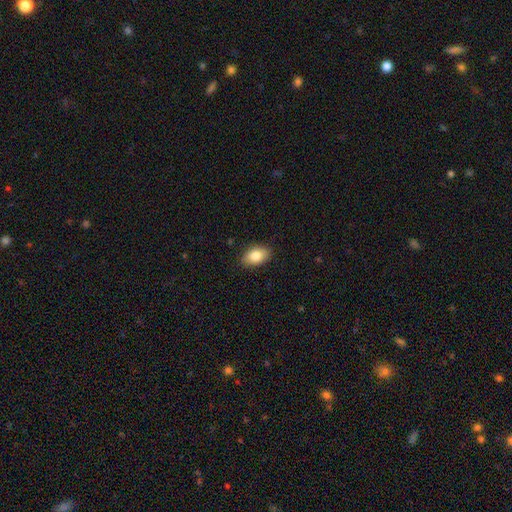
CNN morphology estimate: Overall: smooth (84%). How rounded: in between (89%). Merging: none (87%).